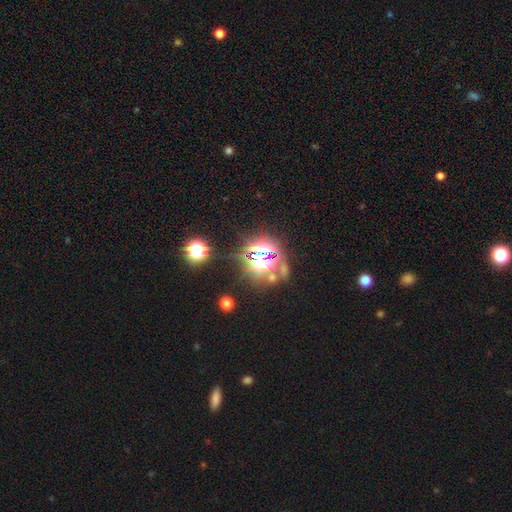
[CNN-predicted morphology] smooth_or_featured: star or artifact (p=0.72) [alt: smooth p=0.17]